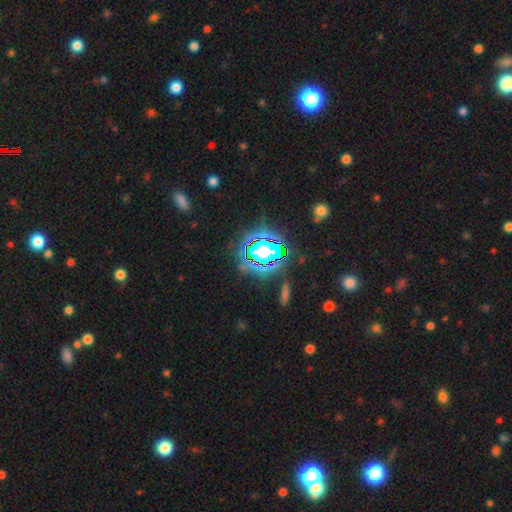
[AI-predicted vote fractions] Smooth or featured?
  - star or artifact: 79% *
  - smooth: 13%
  - featured or disk: 8%